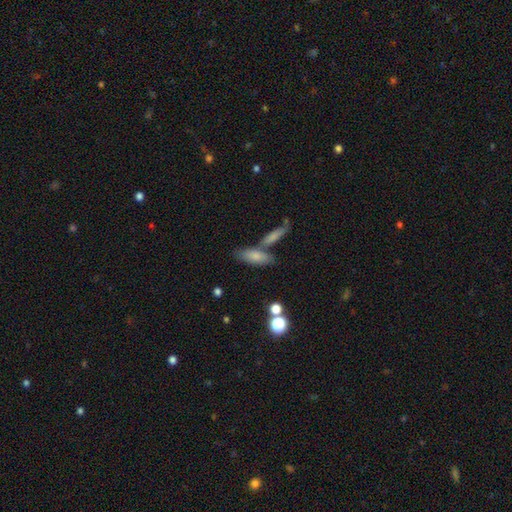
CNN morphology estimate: A smooth galaxy with no disk features (76%) that is in between round and cigar-shaped (63%).

Vote fractions:
- Smooth or featured? smooth: 76% / featured or disk: 16% / star or artifact: 8%
- How rounded? in between: 63% / cigar-shaped: 34% / round: 4%
- Merging? none: 54% / merger: 31% / minor disturbance: 11% / major disturbance: 4%